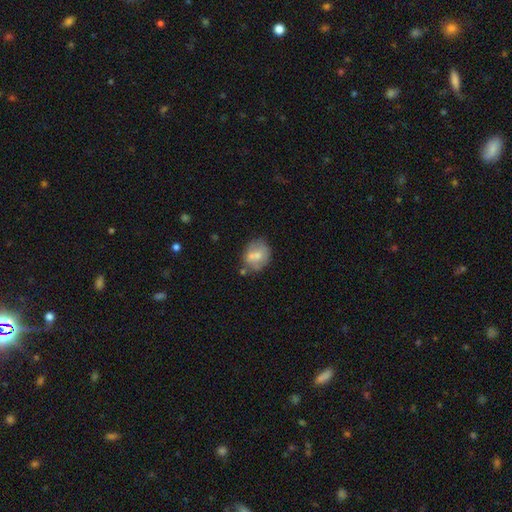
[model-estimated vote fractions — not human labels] This is likely a smooth galaxy (61%). How rounded: likely round (60%). Merging: possibly none (53%).